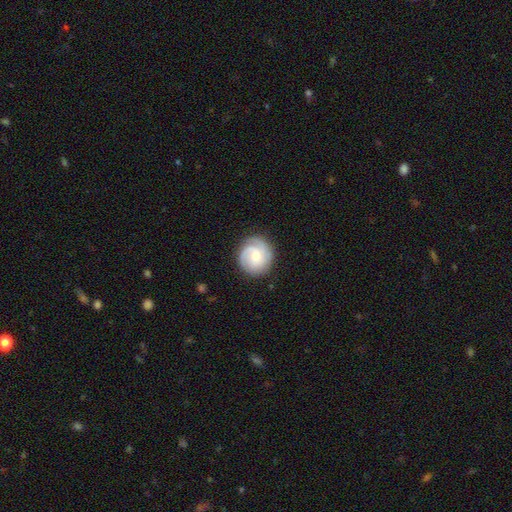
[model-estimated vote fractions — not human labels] Smooth or featured?
  - featured or disk: 71% *
  - smooth: 24%
  - star or artifact: 6%
Edge-on disk?
  - no: 98% *
  - yes: 2%
Bar?
  - no: 58% *
  - weak: 36%
  - strong: 5%
Spiral arms?
  - yes: 95% *
  - no: 5%
Spiral winding?
  - tight: 56% *
  - medium: 34%
  - loose: 10%
Spiral arm count?
  - 3: 34% *
  - 2: 30%
  - can't tell: 20%
  - 1: 8%
  - 4: 5%
  - more than 4: 4%
Bulge size?
  - moderate: 48% *
  - small: 46%
  - large: 3%
  - none: 2%
  - dominant: 1%
Merging?
  - none: 81% *
  - minor disturbance: 14%
  - major disturbance: 4%
  - merger: 1%